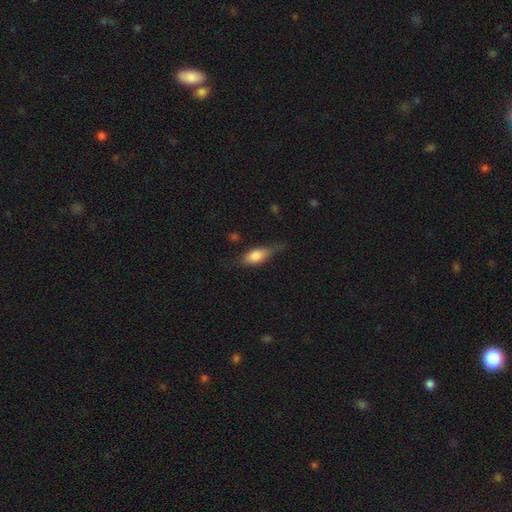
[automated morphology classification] type=smooth (67%); roundness=in between (71%); merging=none (56%).